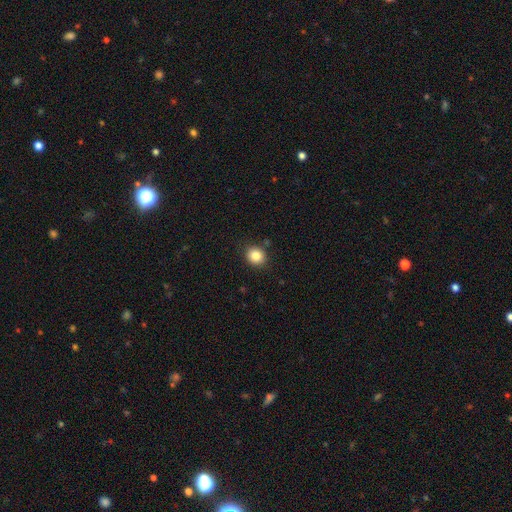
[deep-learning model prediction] A smooth galaxy with no disk features (84%) that is round (80%). Merging: none (88%).